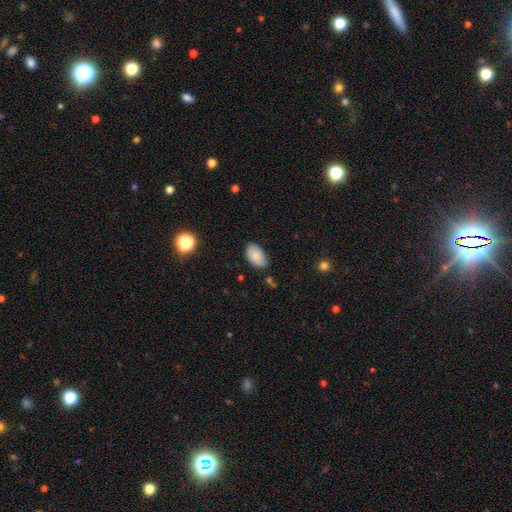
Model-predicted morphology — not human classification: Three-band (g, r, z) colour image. It shows a smooth galaxy with no disk features (85%) that is in between round and cigar-shaped (93%). Merging: none (76%).